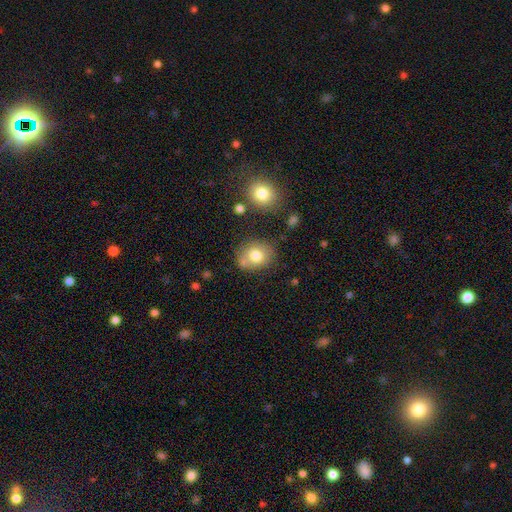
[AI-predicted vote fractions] Q: Smooth or featured?
A: smooth (76%); runner-up: featured or disk (14%)
Q: How rounded?
A: round (62%); runner-up: in between (37%)
Q: Merging?
A: none (65%); runner-up: minor disturbance (17%)